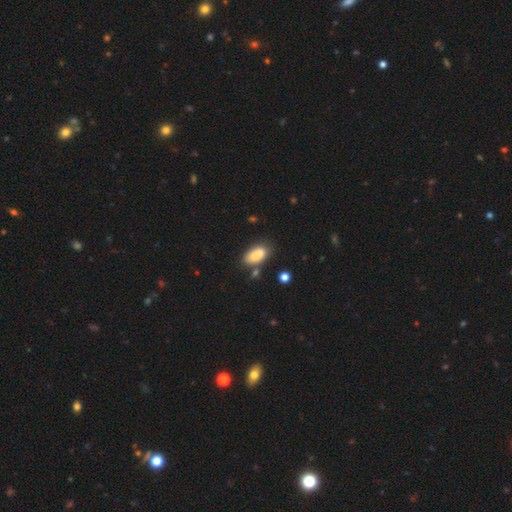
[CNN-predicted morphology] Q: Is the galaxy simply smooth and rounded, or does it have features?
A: smooth — 75%.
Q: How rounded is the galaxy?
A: in between — 90%.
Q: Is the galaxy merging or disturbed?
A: none — 48%.